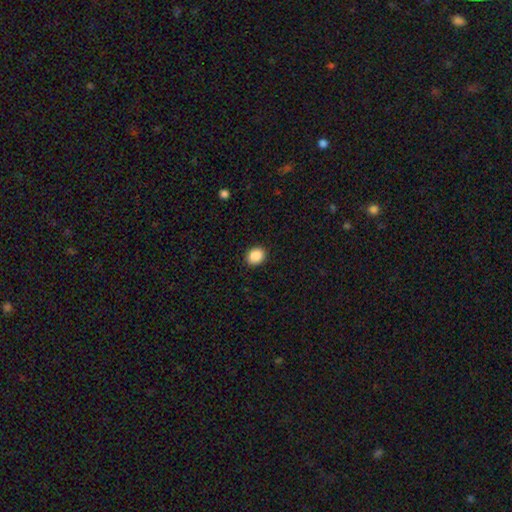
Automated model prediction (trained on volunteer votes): Smooth or featured? Predicted: smooth (p=0.90). How rounded? Predicted: round (p=0.54). Merging? Predicted: none (p=0.91).